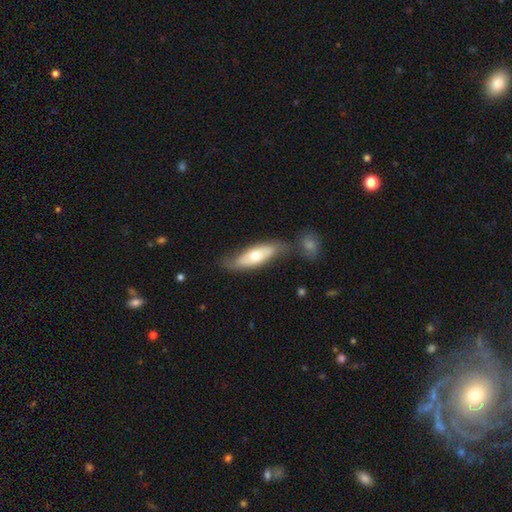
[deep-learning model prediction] The model was most divided on "smooth or featured": smooth: 54%, featured or disk: 40%, star or artifact: 5%. More confident: merging — none (58%); how rounded — in between (56%).